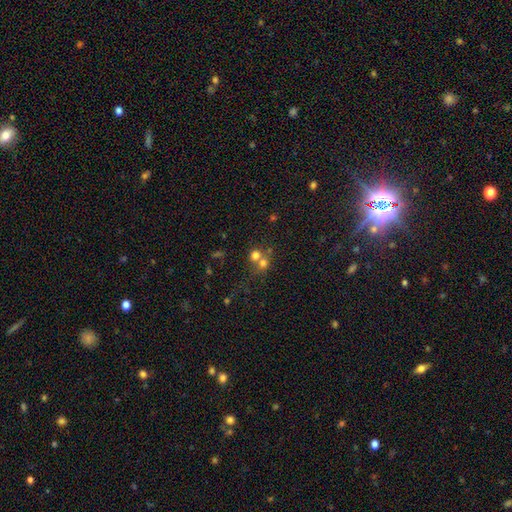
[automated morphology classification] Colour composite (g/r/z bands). It shows a smooth galaxy with no disk features (67%) that is round (81%). Merging: merger (55%).